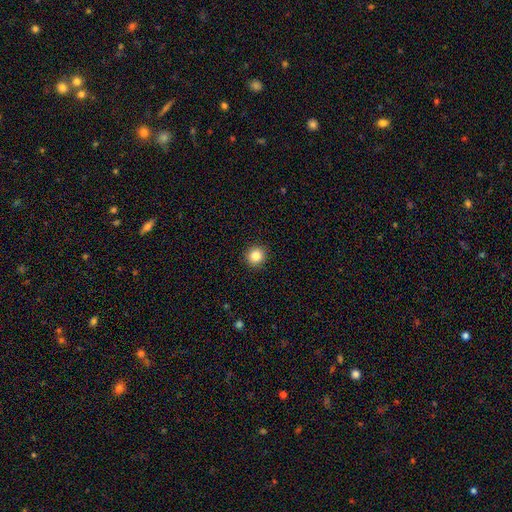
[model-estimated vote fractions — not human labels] This is clearly a smooth galaxy (85%). How rounded: clearly round (92%). Merging: clearly none (93%).